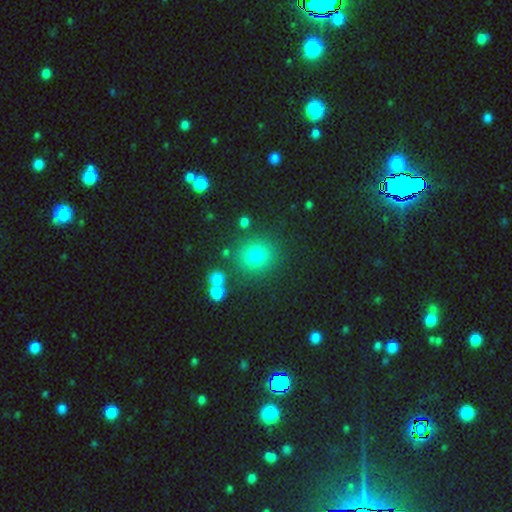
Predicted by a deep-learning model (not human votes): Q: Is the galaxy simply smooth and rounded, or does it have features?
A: smooth — 75%.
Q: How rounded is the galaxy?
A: round — 90%.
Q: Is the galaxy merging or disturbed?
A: none — 83%.